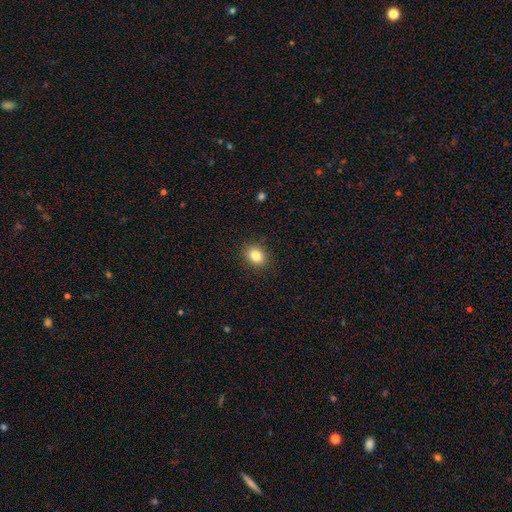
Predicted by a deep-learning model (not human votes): Smooth or featured? Predicted: smooth (p=0.83). How rounded? Predicted: round (p=0.51). Merging? Predicted: none (p=0.89).